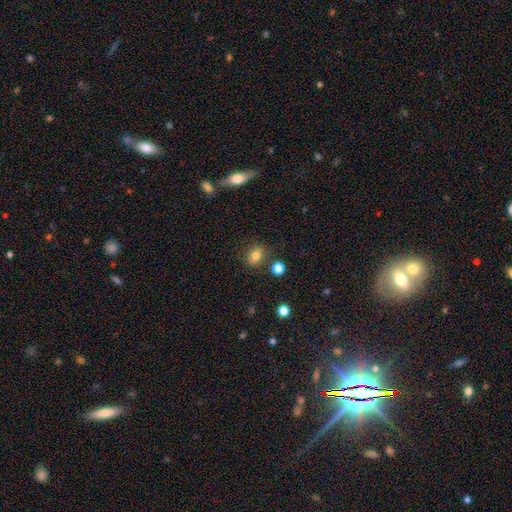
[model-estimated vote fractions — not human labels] A smooth galaxy with no disk features (78%) that is round (62%). Merging: none (80%).